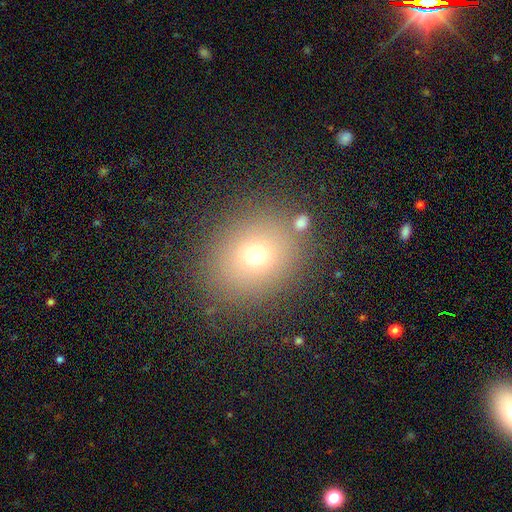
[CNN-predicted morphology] Smooth or featured?
  - smooth: 70% *
  - star or artifact: 18%
  - featured or disk: 12%
How rounded?
  - round: 68% *
  - in between: 31%
  - cigar-shaped: 1%
Merging?
  - none: 80% *
  - minor disturbance: 10%
  - merger: 5%
  - major disturbance: 5%